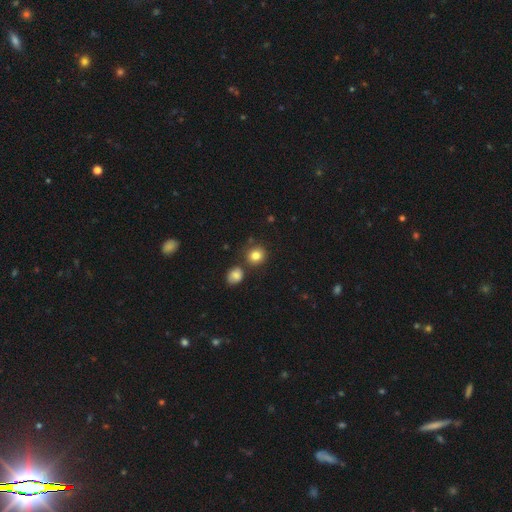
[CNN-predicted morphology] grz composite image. It shows a smooth galaxy with no disk features (82%) that is round (84%). Merging: none (74%).